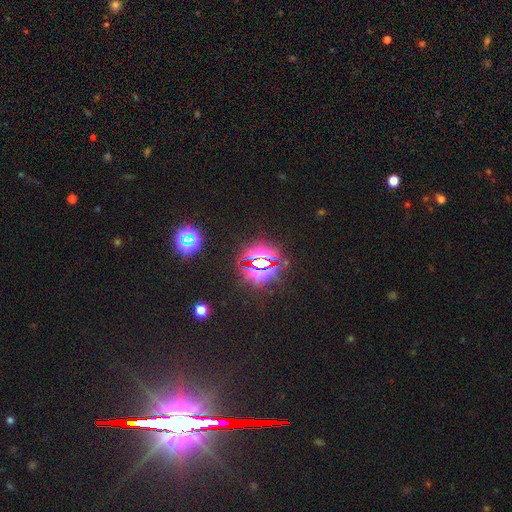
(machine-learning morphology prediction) This is likely a star or artifact rather than a galaxy (77%).